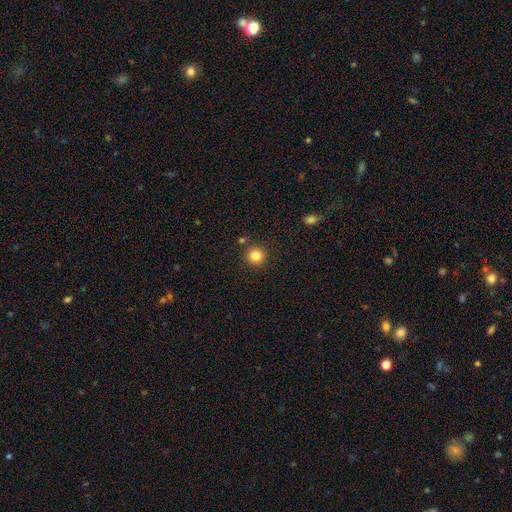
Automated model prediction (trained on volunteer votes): Smooth or featured: smooth — 82% (star or artifact — 12%)
How rounded: round — 95% (in between — 4%)
Merging: none — 89% (minor disturbance — 6%)